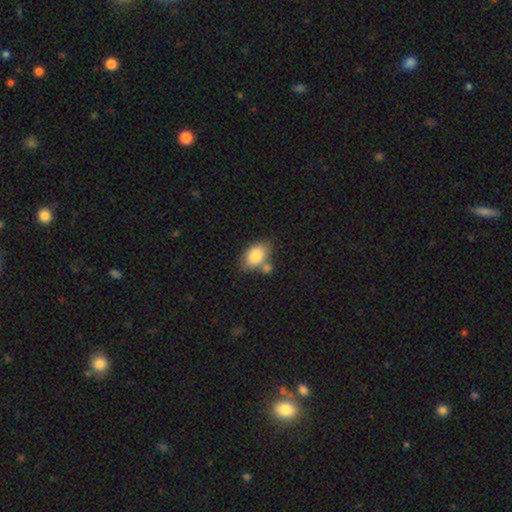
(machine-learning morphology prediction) smooth_or_featured: smooth (p=0.84) [alt: featured or disk p=0.09]
how_rounded: in between (p=0.87) [alt: round p=0.11]
merging: none (p=0.56) [alt: merger p=0.24]